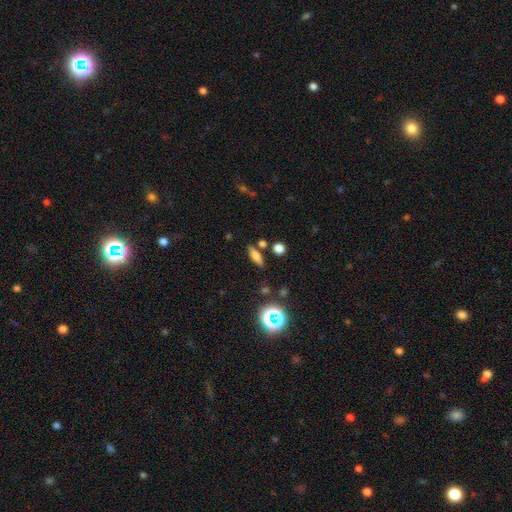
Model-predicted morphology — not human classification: smooth_or_featured: smooth (p=0.65) [alt: featured or disk p=0.20]
how_rounded: cigar-shaped (p=0.48) [alt: in between p=0.45]
merging: none (p=0.80) [alt: minor disturbance p=0.10]